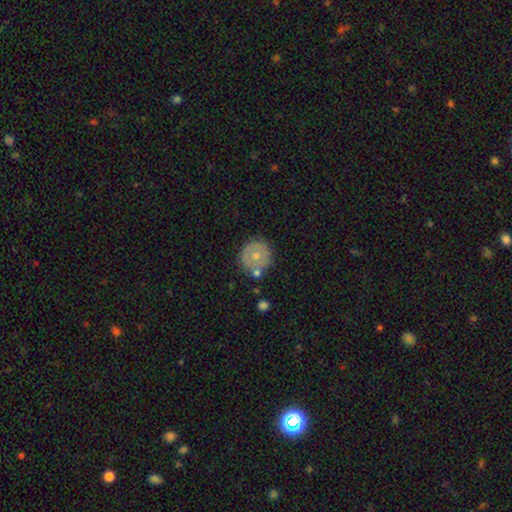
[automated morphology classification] smooth 57%, featured or disk 35%, star or artifact 8%. Down the decision tree: how rounded — round (92%); merging — none (70%).